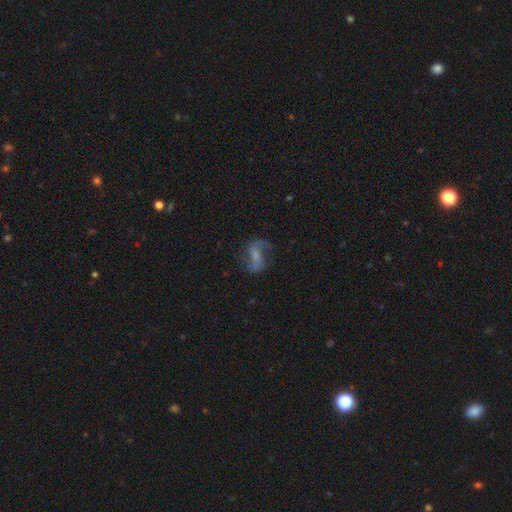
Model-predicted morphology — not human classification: This appears to be a featured or disk galaxy (74%) with a weak bar (42%), 2 (84%) loose (62%) spiral arms (91%) and a small central bulge (40%). Merging: none (62%).